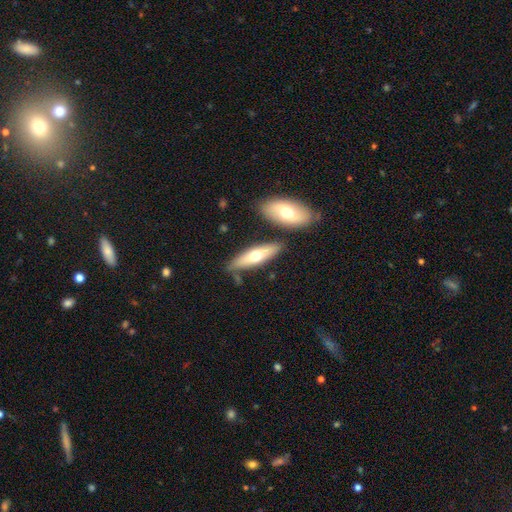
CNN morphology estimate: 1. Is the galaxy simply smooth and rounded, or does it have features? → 56% smooth, 39% featured or disk, 5% star or artifact.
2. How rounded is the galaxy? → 54% cigar-shaped, 44% in between, 2% round.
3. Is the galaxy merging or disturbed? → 74% none, 13% minor disturbance, 11% merger, 3% major disturbance.